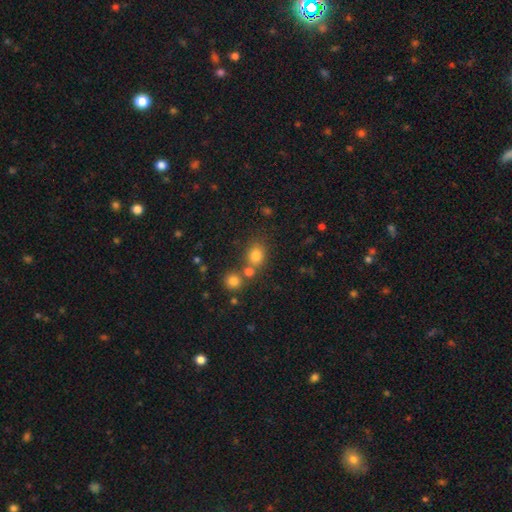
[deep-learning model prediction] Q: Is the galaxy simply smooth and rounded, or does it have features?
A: smooth — 78%.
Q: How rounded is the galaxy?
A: round — 65%.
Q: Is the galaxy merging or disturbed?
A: none — 62%.